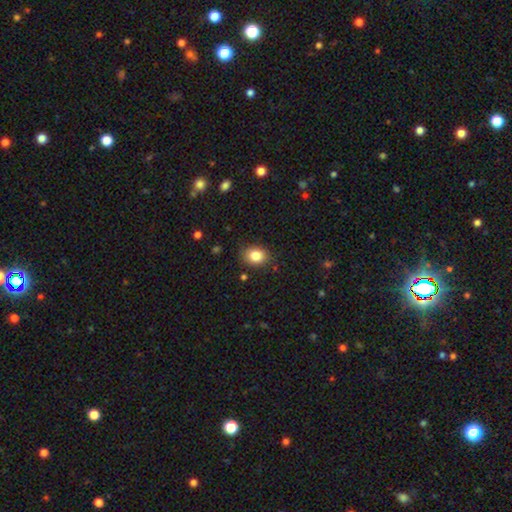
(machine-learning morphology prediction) Overall: smooth (84%). How rounded: in between (54%; round 45%). Merging: none (84%).